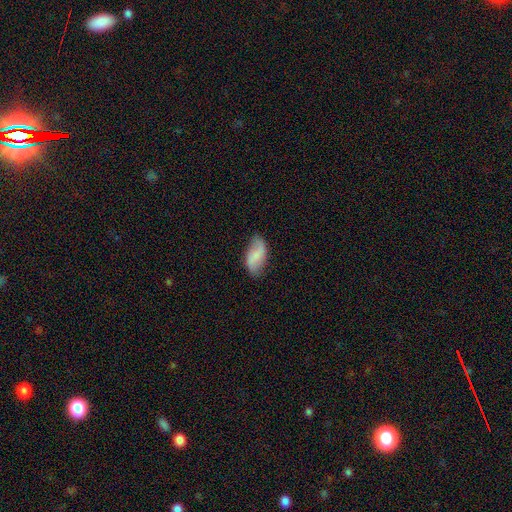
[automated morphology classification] smooth 60%, featured or disk 33%, star or artifact 7%. Down the decision tree: how rounded — in between (94%); merging — none (73%).